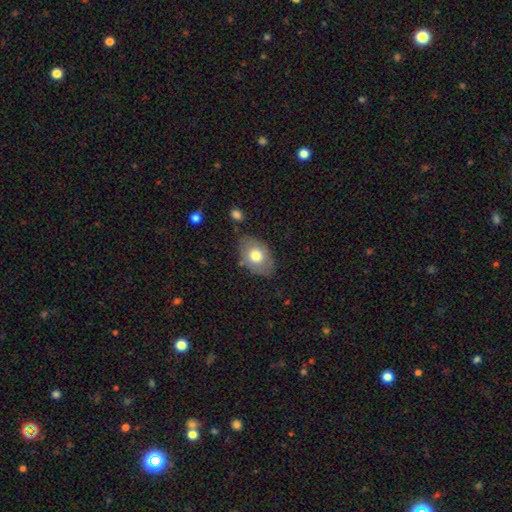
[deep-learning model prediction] Smooth or featured? Predicted: smooth (p=0.70). How rounded? Predicted: in between (p=0.81). Merging? Predicted: none (p=0.75).